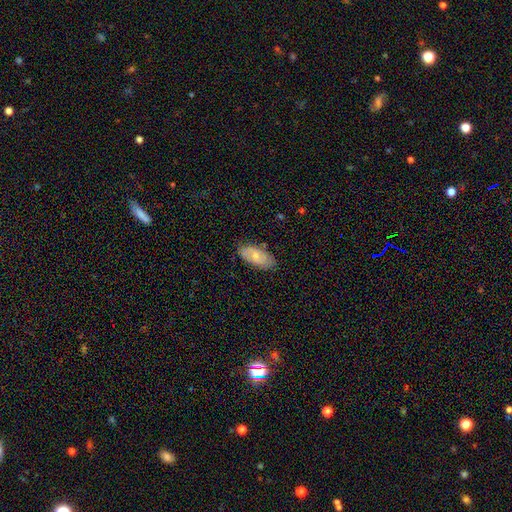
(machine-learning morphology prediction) smooth_or_featured: smooth (p=0.56) [alt: featured or disk p=0.37]
how_rounded: in between (p=0.91) [alt: cigar-shaped p=0.06]
merging: none (p=0.81) [alt: minor disturbance p=0.15]